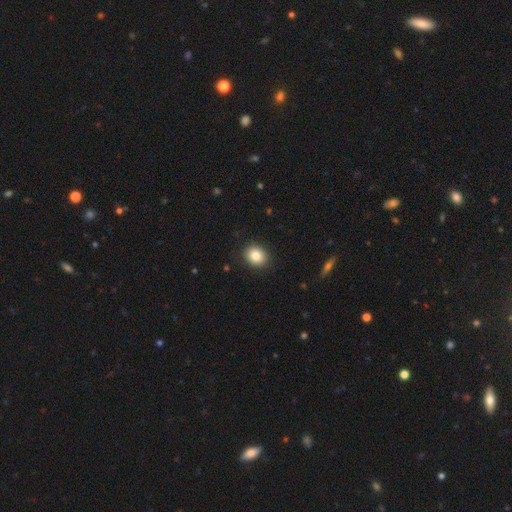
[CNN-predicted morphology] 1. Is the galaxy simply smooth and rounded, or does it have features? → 84% smooth, 9% star or artifact, 7% featured or disk.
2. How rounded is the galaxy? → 60% round, 40% in between, 1% cigar-shaped.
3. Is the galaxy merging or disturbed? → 90% none, 7% minor disturbance, 2% major disturbance, 1% merger.